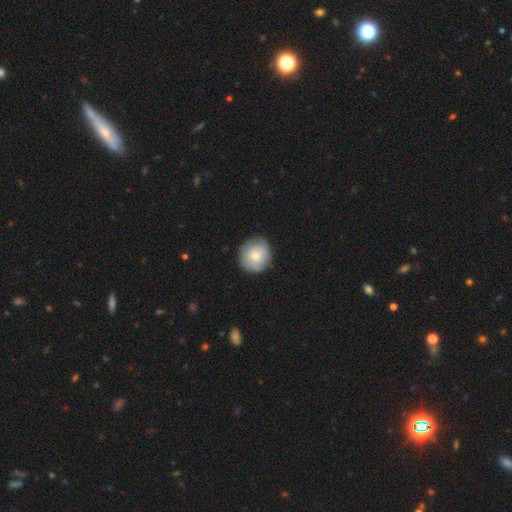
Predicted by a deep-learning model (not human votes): This is likely a smooth galaxy (70%). How rounded: clearly round (89%). Merging: clearly none (80%).